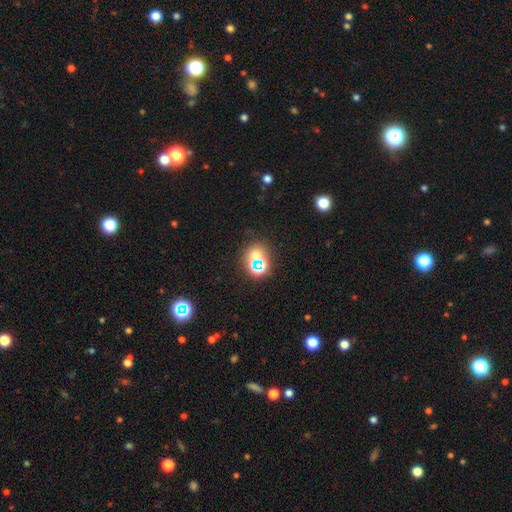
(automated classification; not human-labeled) A smooth galaxy with no disk features (45%).

Vote fractions:
- Smooth or featured? smooth: 45% / star or artifact: 43% / featured or disk: 12%
- Merging? none: 67% / merger: 15% / minor disturbance: 12% / major disturbance: 6%